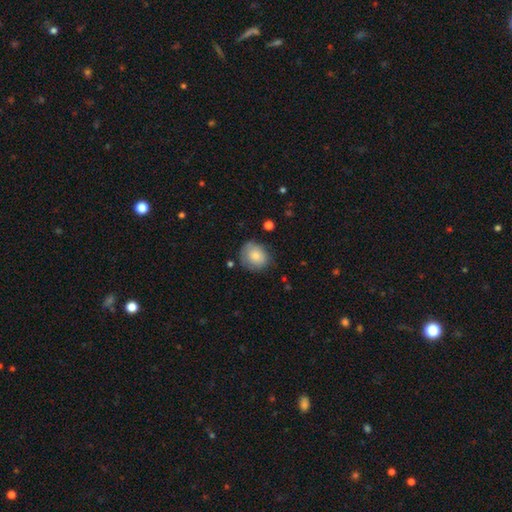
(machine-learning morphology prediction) Smooth or featured? Predicted: smooth (p=0.80). How rounded? Predicted: round (p=0.72). Merging? Predicted: none (p=0.68).